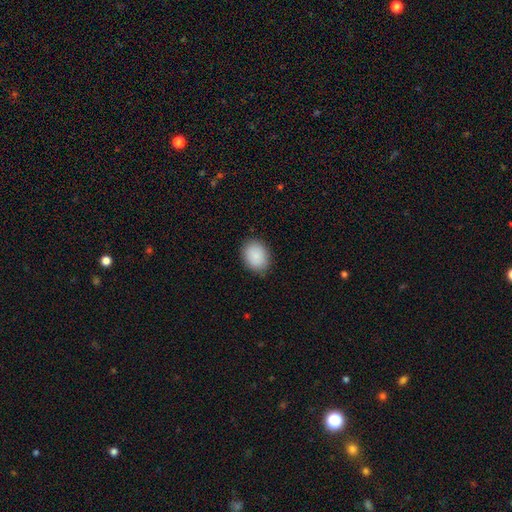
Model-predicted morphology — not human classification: The model was most divided on "how rounded": in between: 62%, round: 37%, cigar-shaped: 1%. More confident: smooth or featured — smooth (89%); merging — none (86%).